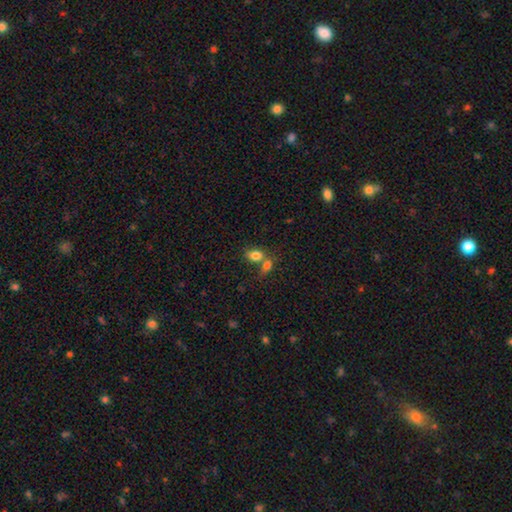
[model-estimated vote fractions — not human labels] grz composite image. It shows a smooth galaxy with no disk features (80%) that is in between round and cigar-shaped (76%). Merging: merger (51%).